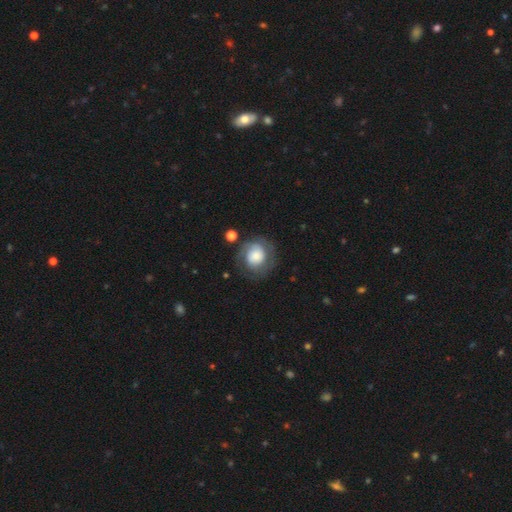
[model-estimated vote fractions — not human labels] A featured or disk galaxy (53%) with no bar (79%), spiral arms (81%) and a large central bulge (46%). Merging: none (67%).